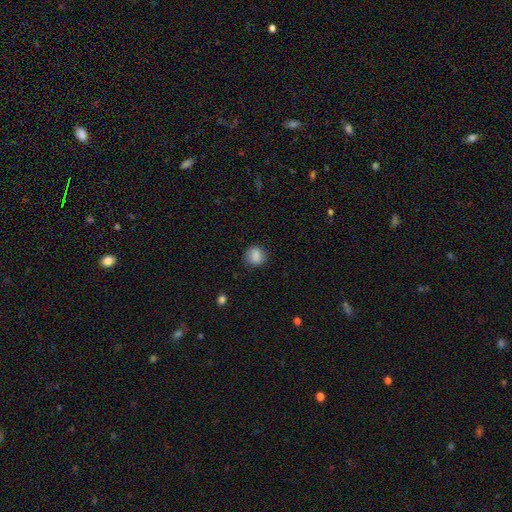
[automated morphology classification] Smooth or featured: smooth — 85% (star or artifact — 9%)
How rounded: round — 76% (in between — 22%)
Merging: none — 77% (minor disturbance — 17%)